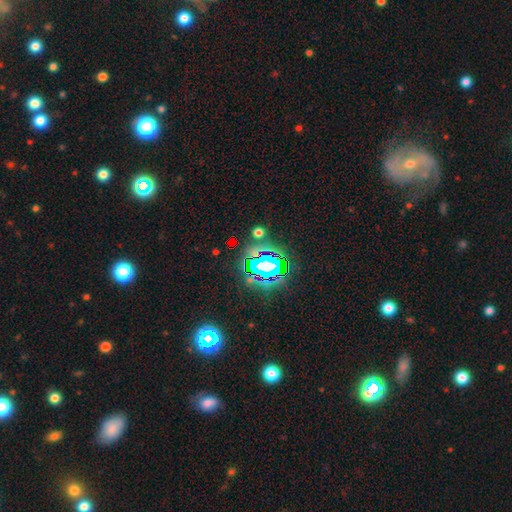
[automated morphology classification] Smooth or featured? Predicted: star or artifact (p=0.68).